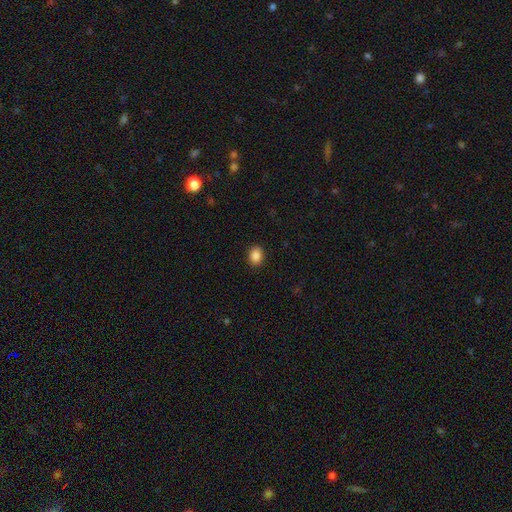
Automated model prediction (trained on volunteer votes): Q: Smooth or featured?
A: smooth (88%); runner-up: star or artifact (9%)
Q: How rounded?
A: in between (66%); runner-up: round (33%)
Q: Merging?
A: none (89%); runner-up: minor disturbance (8%)